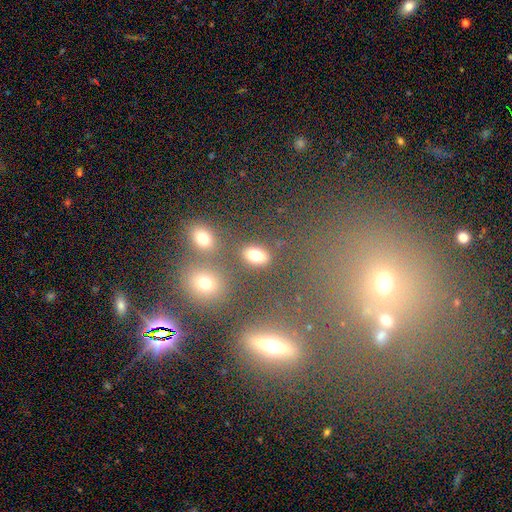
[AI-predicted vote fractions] A smooth galaxy with no disk features (76%) that is in between round and cigar-shaped (78%).

Vote fractions:
- Smooth or featured? smooth: 76% / star or artifact: 15% / featured or disk: 9%
- How rounded? in between: 78% / round: 19% / cigar-shaped: 3%
- Merging? none: 74% / minor disturbance: 11% / merger: 10% / major disturbance: 5%